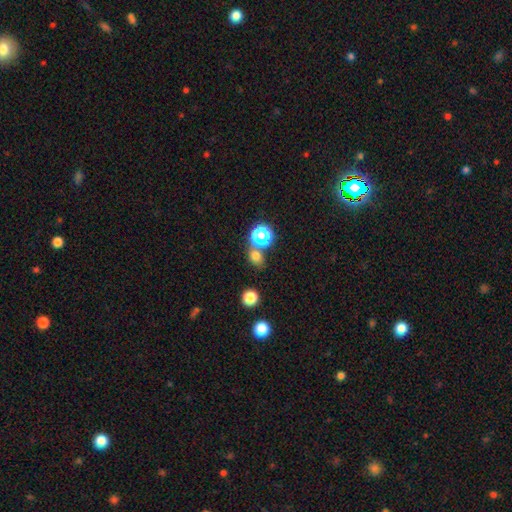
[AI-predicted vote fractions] The model was most divided on "how rounded": round: 63%, in between: 35%, cigar-shaped: 2%. More confident: smooth or featured — smooth (71%); merging — none (62%).